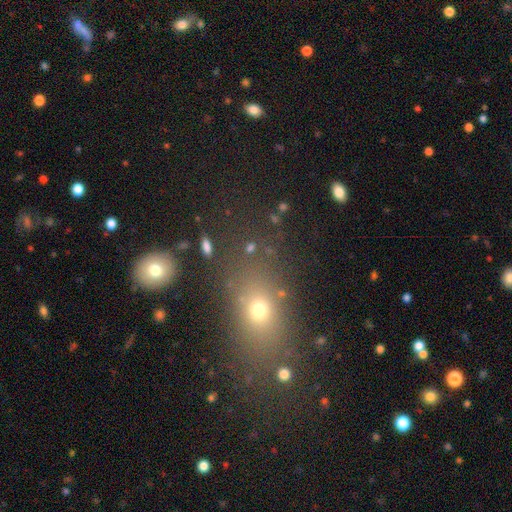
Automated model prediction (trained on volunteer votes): Q: Smooth or featured?
A: smooth (56%); runner-up: star or artifact (31%)
Q: How rounded?
A: in between (59%); runner-up: round (32%)
Q: Merging?
A: none (76%); runner-up: minor disturbance (11%)